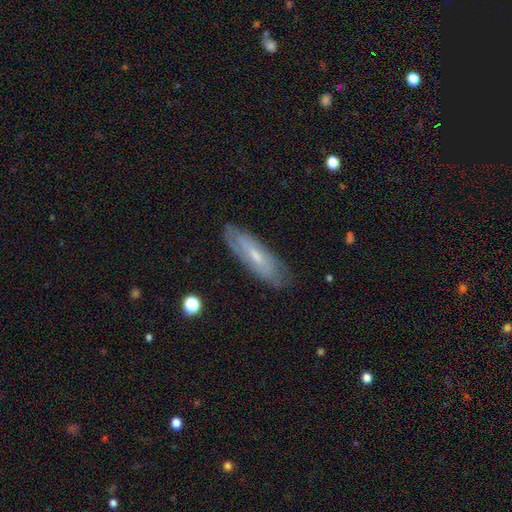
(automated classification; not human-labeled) Q: Smooth or featured?
A: featured or disk (55%); runner-up: smooth (38%)
Q: Edge-on disk?
A: no (66%); runner-up: yes (34%)
Q: Merging?
A: none (79%); runner-up: minor disturbance (16%)